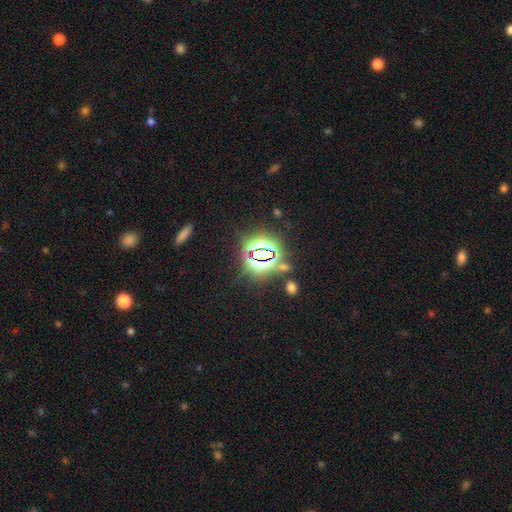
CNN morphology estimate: smooth-or-featured: star or artifact: 77% | smooth: 14% | featured or disk: 8%